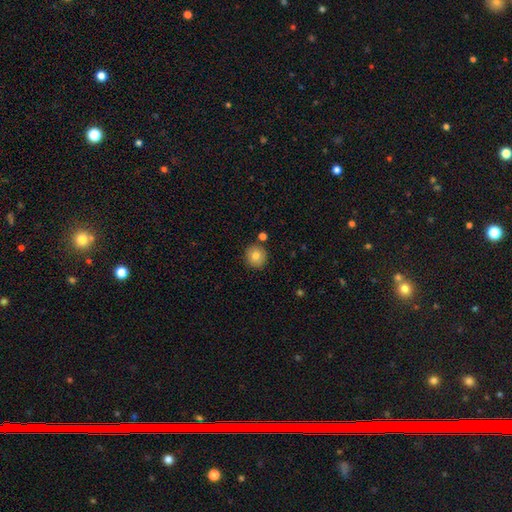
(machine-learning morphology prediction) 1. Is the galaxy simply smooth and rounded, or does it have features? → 79% smooth, 11% featured or disk, 10% star or artifact.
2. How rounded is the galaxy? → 93% round, 7% in between, 1% cigar-shaped.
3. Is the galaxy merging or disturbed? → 84% none, 8% minor disturbance, 6% merger, 2% major disturbance.